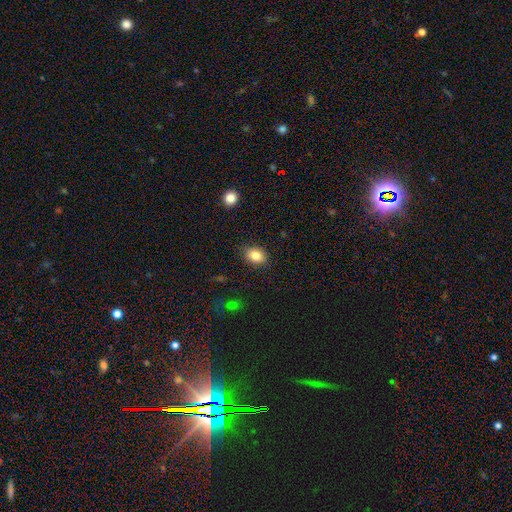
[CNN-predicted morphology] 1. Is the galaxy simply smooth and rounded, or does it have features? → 83% smooth, 9% star or artifact, 8% featured or disk.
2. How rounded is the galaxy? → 74% in between, 25% round, 1% cigar-shaped.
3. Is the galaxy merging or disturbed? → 87% none, 9% minor disturbance, 2% major disturbance, 1% merger.